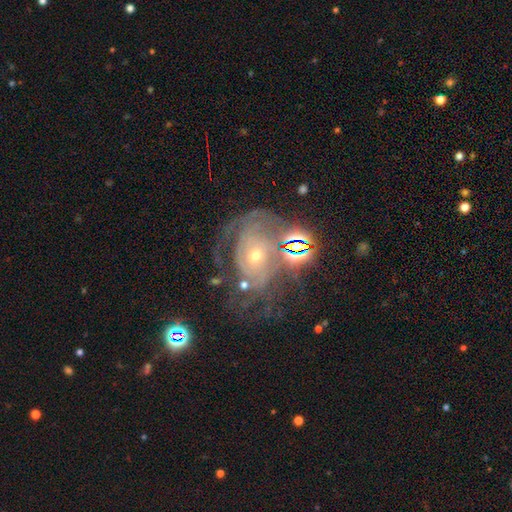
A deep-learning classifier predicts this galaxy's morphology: smooth_or_featured: featured or disk (p=0.79) [alt: star or artifact p=0.12]
disk_edge_on: no (p=0.96) [alt: yes p=0.04]
bar: no (p=0.74) [alt: weak p=0.20]
has_spiral_arms: yes (p=0.87) [alt: no p=0.13]
spiral_winding: tight (p=0.63) [alt: medium p=0.27]
spiral_arm_count: can't tell (p=0.46) [alt: 2 p=0.21]
bulge_size: small (p=0.59) [alt: moderate p=0.37]
merging: none (p=0.50) [alt: major disturbance p=0.22]